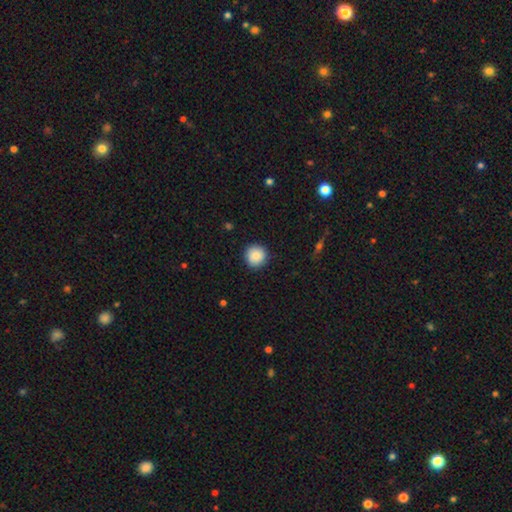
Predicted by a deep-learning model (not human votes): This is clearly a smooth galaxy (88%). How rounded: clearly round (94%). Merging: clearly none (90%).